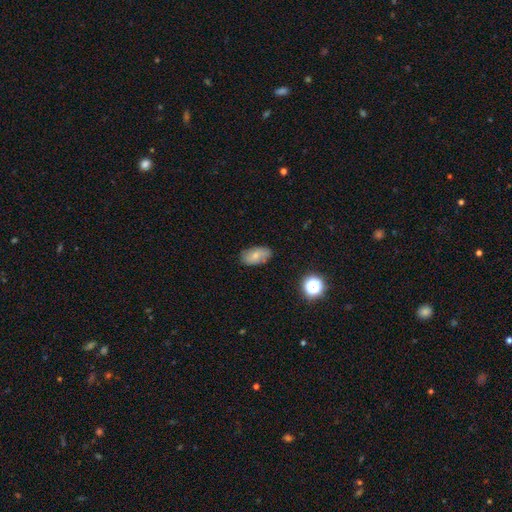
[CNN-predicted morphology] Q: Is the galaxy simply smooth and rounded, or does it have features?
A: smooth — 69%.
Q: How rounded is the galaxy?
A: in between — 91%.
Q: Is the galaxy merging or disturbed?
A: none — 77%.